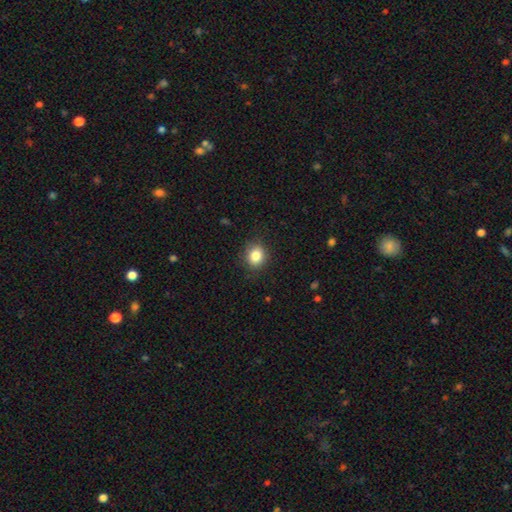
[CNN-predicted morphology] This is clearly a smooth galaxy (84%). How rounded: likely round (63%). Merging: clearly none (86%).